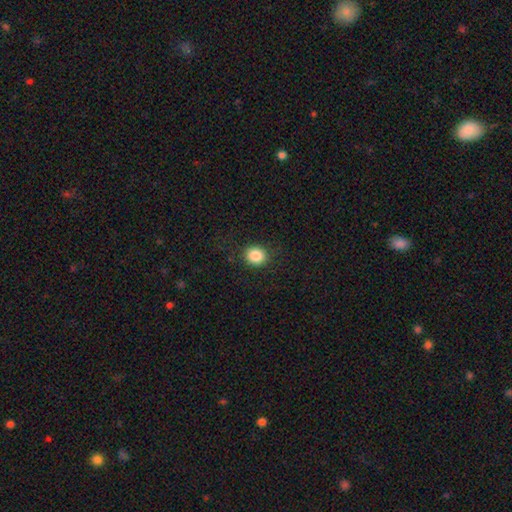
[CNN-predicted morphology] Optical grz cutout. It shows a smooth galaxy with no disk features (85%) that is round (83%). Merging: none (88%).